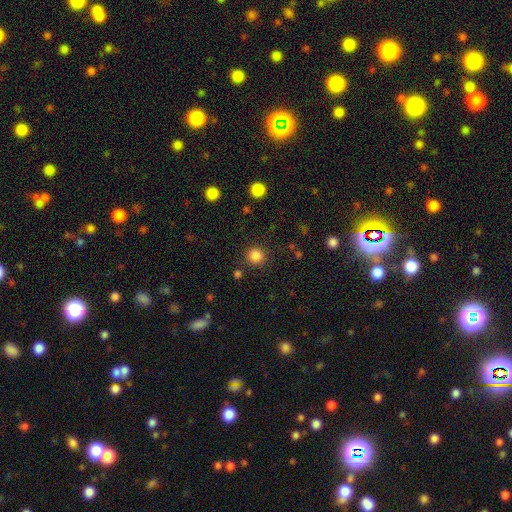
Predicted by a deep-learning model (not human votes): smooth 85%, star or artifact 12%, featured or disk 3%. Down the decision tree: how rounded — round (93%); merging — none (88%).